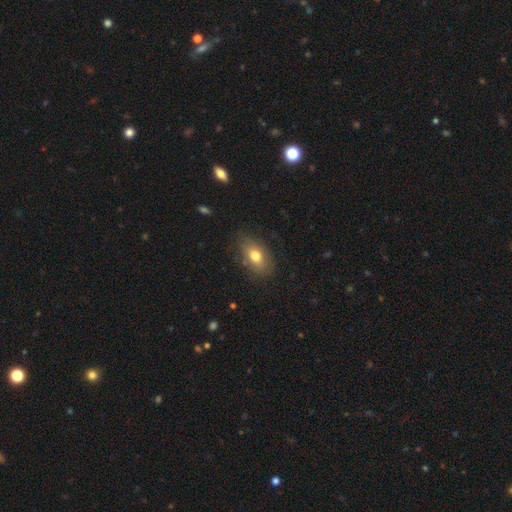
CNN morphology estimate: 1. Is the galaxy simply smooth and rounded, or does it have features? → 75% smooth, 17% featured or disk, 9% star or artifact.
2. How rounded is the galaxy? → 85% in between, 11% round, 4% cigar-shaped.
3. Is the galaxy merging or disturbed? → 79% none, 16% minor disturbance, 4% major disturbance, 2% merger.